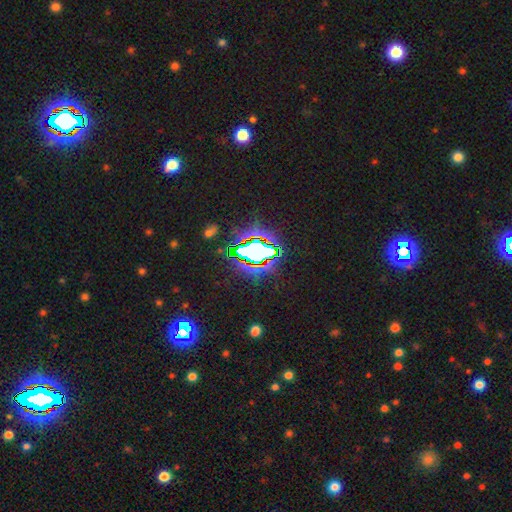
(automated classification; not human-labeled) smooth_or_featured: star or artifact (p=0.66) [alt: smooth p=0.21]